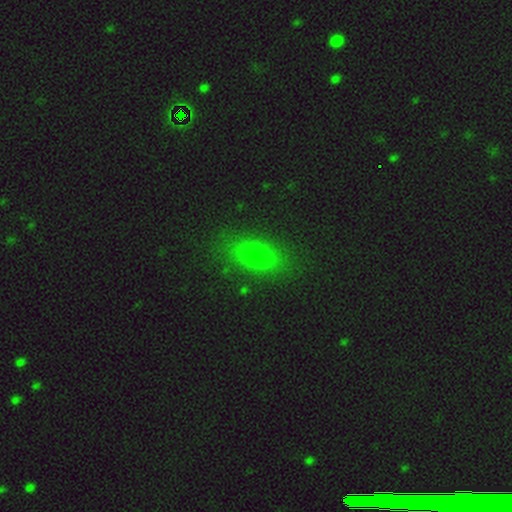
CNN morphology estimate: Overall: smooth (74%). How rounded: in between (77%). Merging: none (84%).